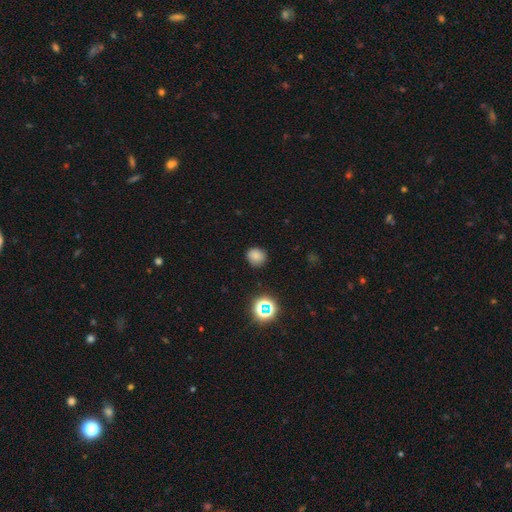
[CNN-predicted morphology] Smooth or featured: smooth — 79% (star or artifact — 16%)
How rounded: round — 83% (in between — 16%)
Merging: none — 85% (minor disturbance — 10%)